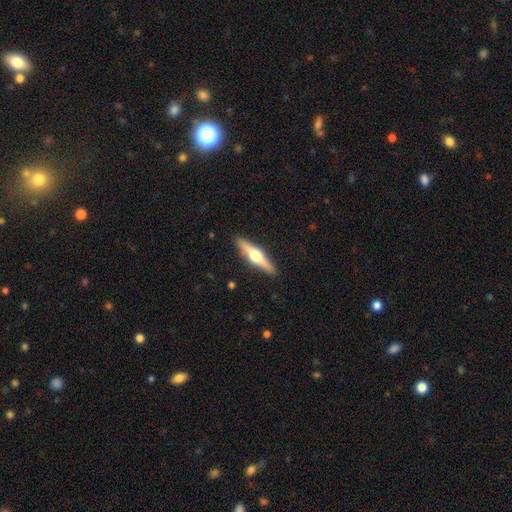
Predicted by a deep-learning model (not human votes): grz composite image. It shows a featured or disk galaxy (65%) viewed edge-on (97%) with a rounded central bulge (94%). Merging: none (90%).